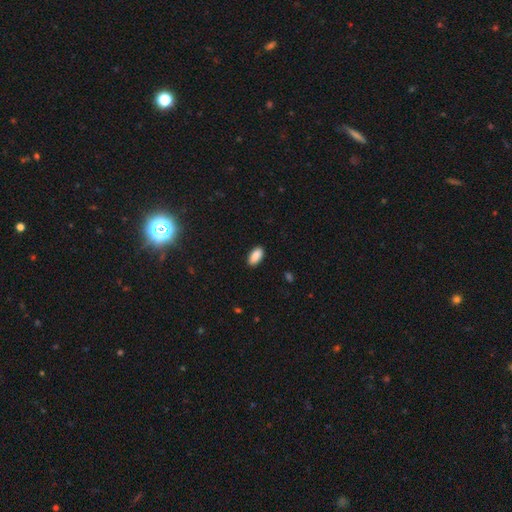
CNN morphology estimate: Smooth or featured: smooth — 90% (star or artifact — 7%)
How rounded: in between — 93% (cigar-shaped — 5%)
Merging: none — 89% (minor disturbance — 8%)